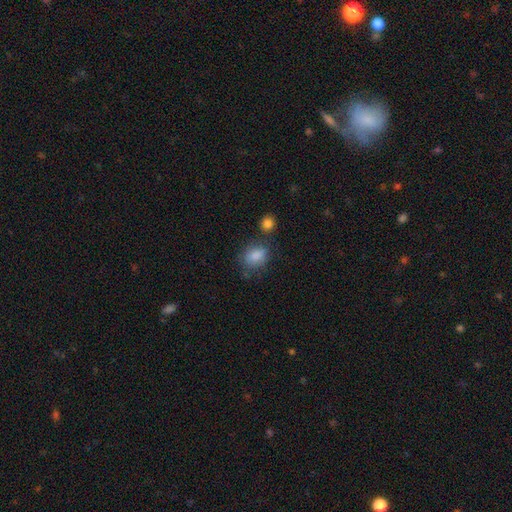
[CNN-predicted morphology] Smooth or featured? smooth (85%)
How rounded? in between (68%)
Merging? none (64%)